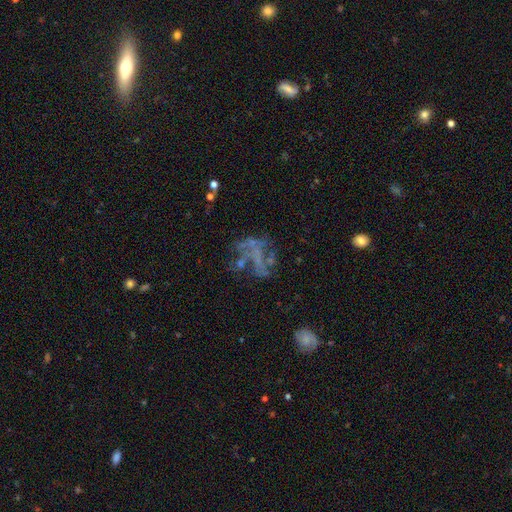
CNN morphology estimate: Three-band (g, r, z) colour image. It shows a featured or disk galaxy (55%) with no bar (77%), no spiral arms (74%) and no central bulge (79%). Merging: none (43%).